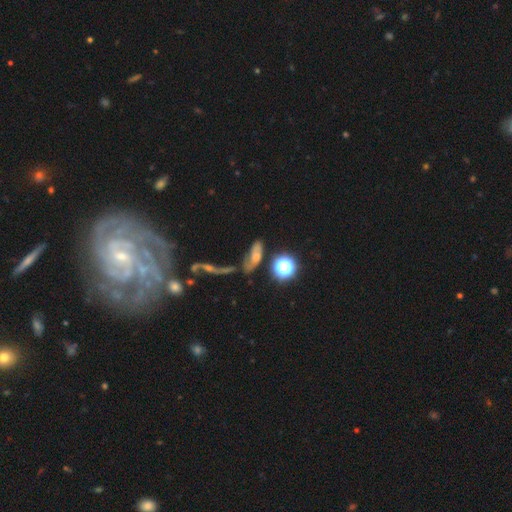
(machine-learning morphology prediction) type=smooth (45%); merging=none (42%).